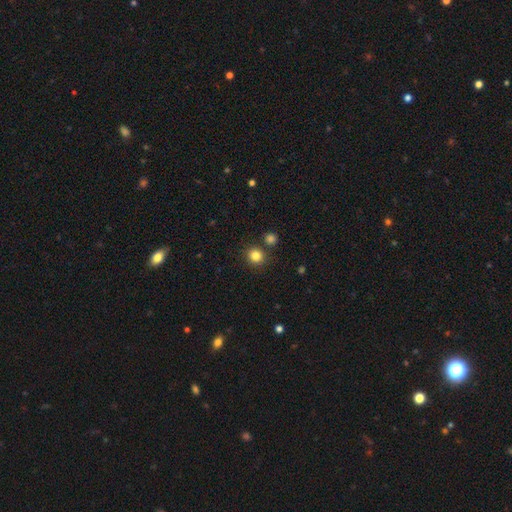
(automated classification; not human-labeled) A smooth galaxy with no disk features (84%) that is round (91%). Merging: none (84%).